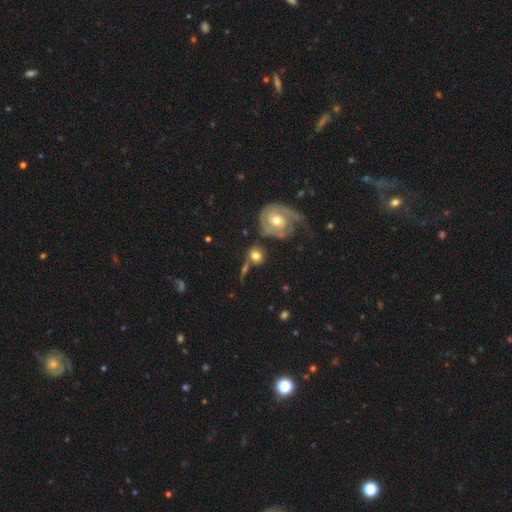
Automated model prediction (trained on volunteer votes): Q: Smooth or featured?
A: smooth (60%); runner-up: featured or disk (29%)
Q: How rounded?
A: round (79%); runner-up: in between (18%)
Q: Merging?
A: none (50%); runner-up: merger (23%)